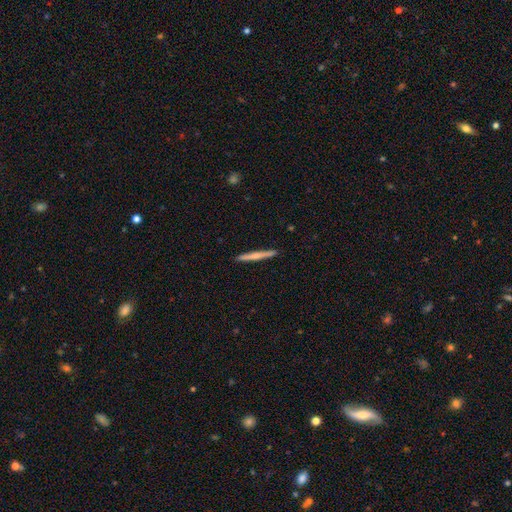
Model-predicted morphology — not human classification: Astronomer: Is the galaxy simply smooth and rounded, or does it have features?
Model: smooth — 55% (runner-up: featured or disk, 40%).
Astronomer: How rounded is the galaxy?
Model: cigar-shaped — 96%.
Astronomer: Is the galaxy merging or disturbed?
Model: none — 92%.